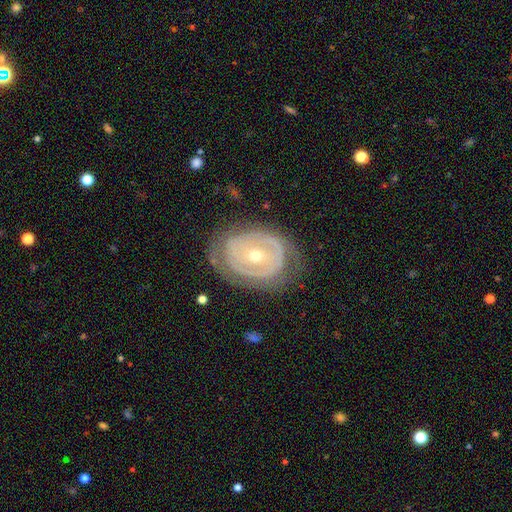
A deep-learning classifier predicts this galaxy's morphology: featured or disk 79%, smooth 15%, star or artifact 6%. Down the decision tree: edge-on disk — no (95%); bar — no (69%); spiral arms — yes (68%); spiral arm count — 2 (38%); spiral winding — tight (69%); bulge size — small (55%); merging — none (65%).